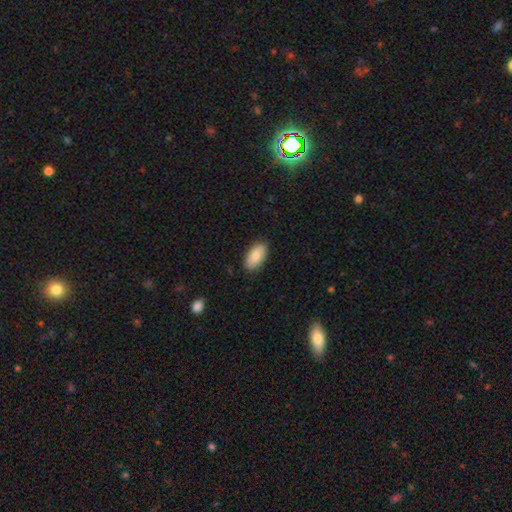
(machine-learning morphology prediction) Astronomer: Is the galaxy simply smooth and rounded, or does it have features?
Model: smooth — 84%.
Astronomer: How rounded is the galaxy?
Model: in between — 94%.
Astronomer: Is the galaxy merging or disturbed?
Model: none — 86%.